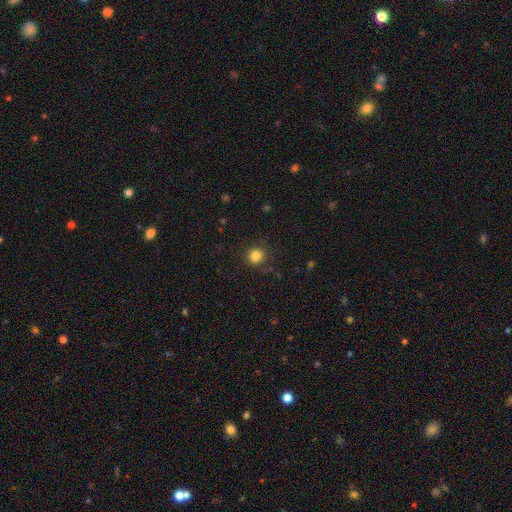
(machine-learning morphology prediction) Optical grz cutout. It shows a smooth galaxy with no disk features (83%) that is round (85%). Merging: none (85%).